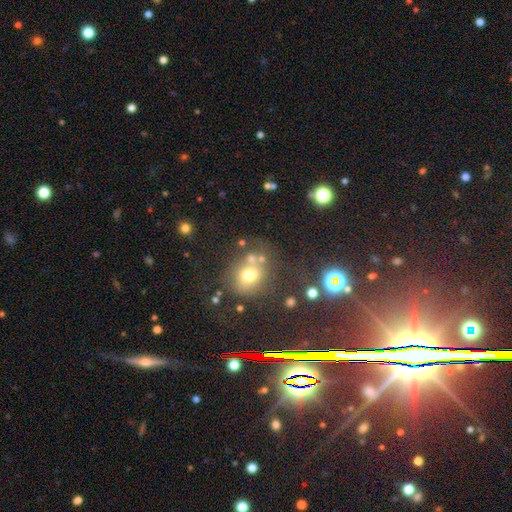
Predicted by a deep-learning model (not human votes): A star or artifact, not a galaxy (42%).

Vote fractions:
- Smooth or featured? star or artifact: 42% / smooth: 41% / featured or disk: 18%